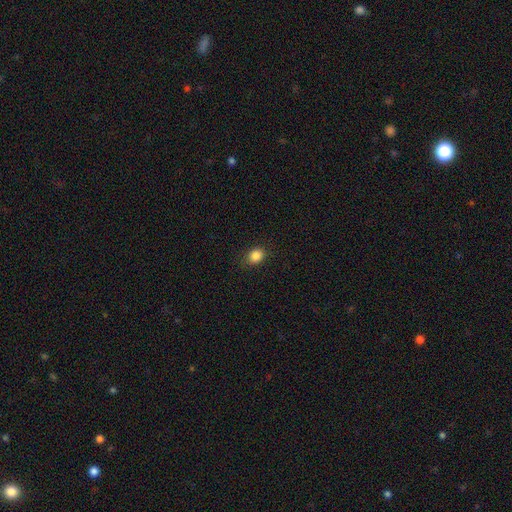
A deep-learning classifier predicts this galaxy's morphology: Overall: smooth (86%). How rounded: round (50%; in between 49%). Merging: none (85%).